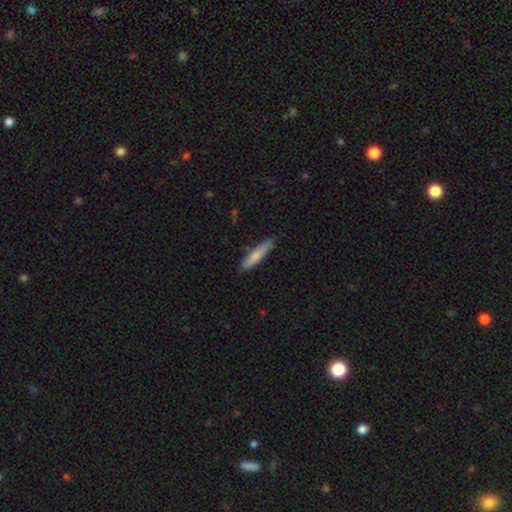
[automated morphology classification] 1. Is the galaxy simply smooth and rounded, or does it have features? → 76% smooth, 18% featured or disk, 6% star or artifact.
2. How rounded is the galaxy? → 85% cigar-shaped, 13% in between, 1% round.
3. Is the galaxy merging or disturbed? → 79% none, 17% minor disturbance, 2% major disturbance, 2% merger.